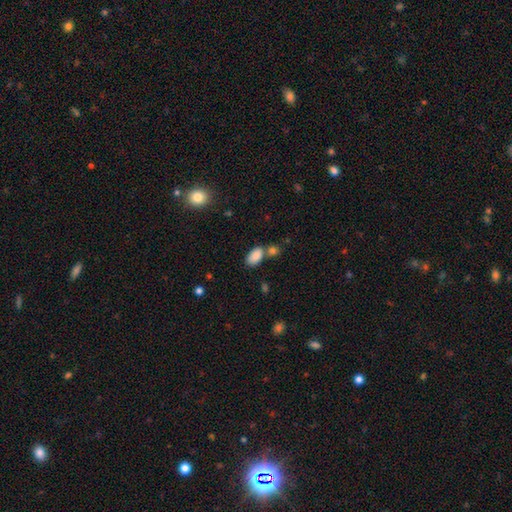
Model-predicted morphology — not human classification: Q: Smooth or featured?
A: smooth (86%); runner-up: star or artifact (8%)
Q: How rounded?
A: in between (93%); runner-up: round (4%)
Q: Merging?
A: none (53%); runner-up: merger (30%)